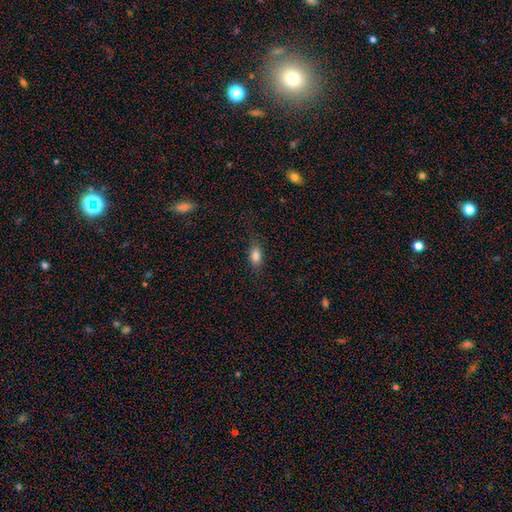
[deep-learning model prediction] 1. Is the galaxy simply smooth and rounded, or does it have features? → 83% smooth, 9% star or artifact, 7% featured or disk.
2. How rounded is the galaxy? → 84% in between, 9% round, 6% cigar-shaped.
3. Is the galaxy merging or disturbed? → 80% none, 15% minor disturbance, 4% major disturbance, 1% merger.